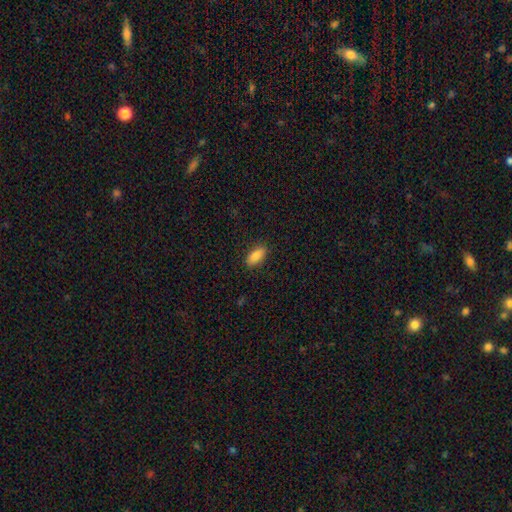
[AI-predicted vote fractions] smooth-or-featured: smooth: 88% | star or artifact: 7% | featured or disk: 5%
  how-rounded: in between: 87% | cigar-shaped: 11% | round: 3%
  merging: none: 88% | minor disturbance: 9% | major disturbance: 2% | merger: 1%